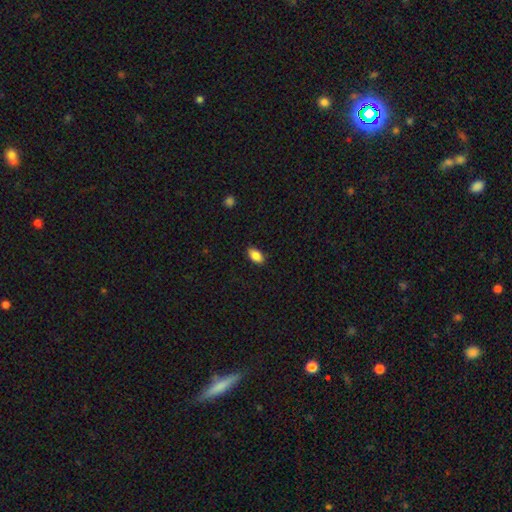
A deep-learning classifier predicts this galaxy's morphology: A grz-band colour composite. It shows a smooth galaxy with no disk features (87%) that is in between round and cigar-shaped (92%). Merging: none (86%).